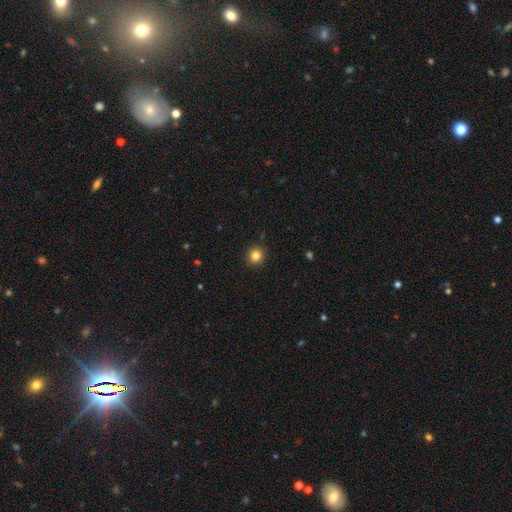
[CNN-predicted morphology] This is clearly a smooth galaxy (84%). How rounded: clearly round (88%). Merging: clearly none (91%).